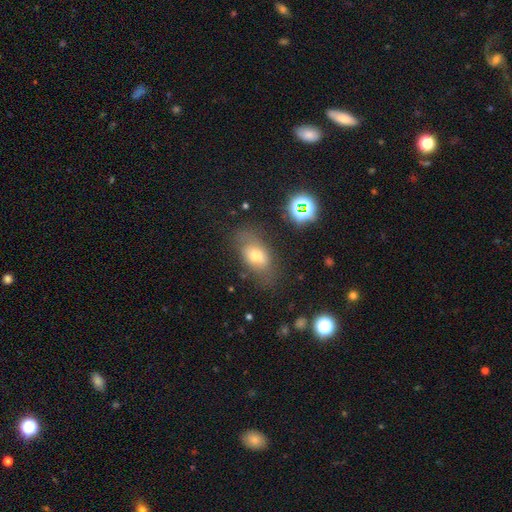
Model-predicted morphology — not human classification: Smooth or featured? Predicted: smooth (p=0.66). How rounded? Predicted: in between (p=0.85). Merging? Predicted: none (p=0.69).